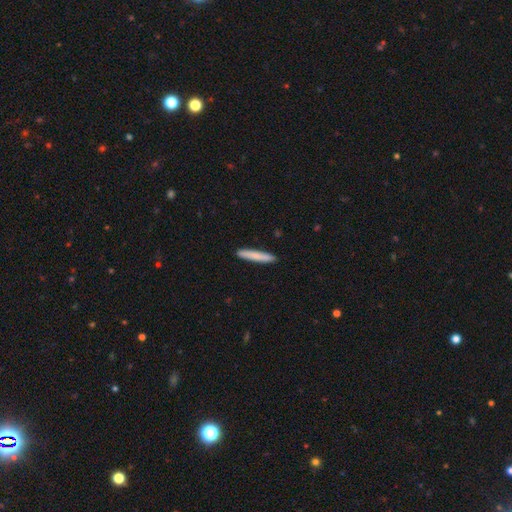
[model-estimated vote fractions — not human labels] The model was most divided on "smooth or featured": smooth: 81%, featured or disk: 13%, star or artifact: 5%. More confident: how rounded — cigar-shaped (95%); merging — none (91%).